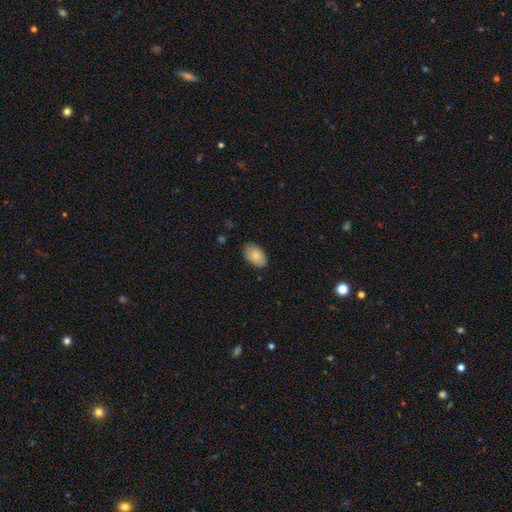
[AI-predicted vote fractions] smooth 86%, featured or disk 8%, star or artifact 6%. Down the decision tree: how rounded — in between (93%); merging — none (85%).